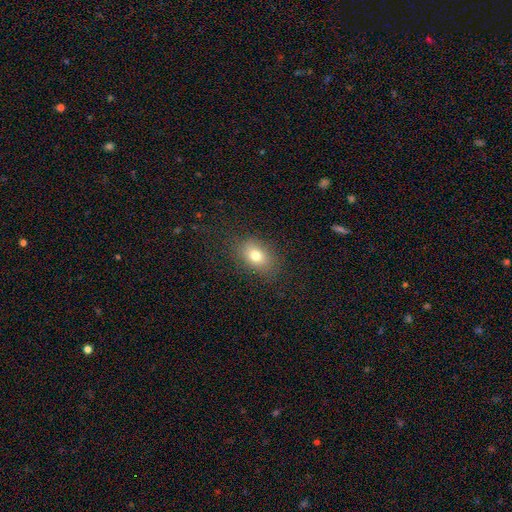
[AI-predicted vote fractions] smooth 77%, featured or disk 12%, star or artifact 11%. Down the decision tree: how rounded — in between (78%); merging — none (82%).